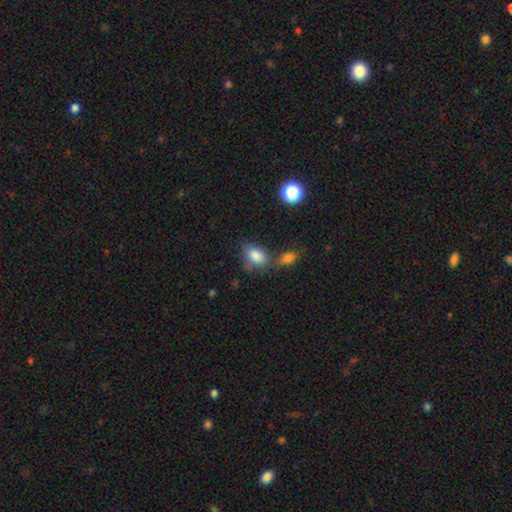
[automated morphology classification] The model was most divided on "merging": none: 49%, merger: 25%, minor disturbance: 19%, major disturbance: 7%. More confident: how rounded — in between (83%); smooth or featured — smooth (82%).